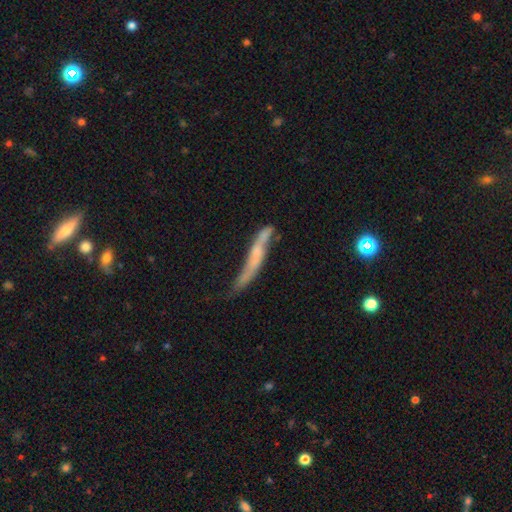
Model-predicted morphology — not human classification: Q: Smooth or featured?
A: featured or disk (53%); runner-up: smooth (39%)
Q: Edge-on disk?
A: yes (61%); runner-up: no (39%)
Q: Merging?
A: none (38%); runner-up: minor disturbance (30%)